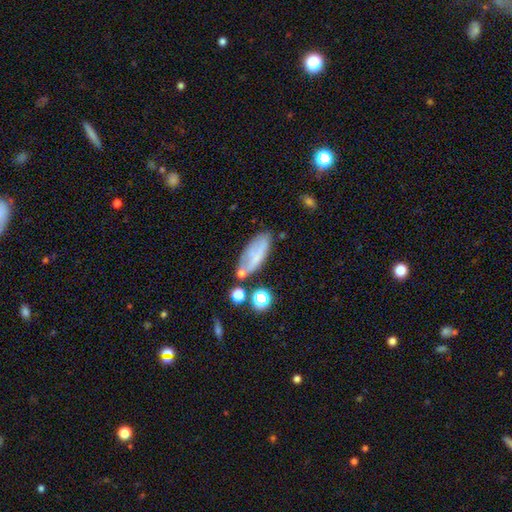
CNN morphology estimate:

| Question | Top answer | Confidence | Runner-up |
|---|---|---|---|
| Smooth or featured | smooth | 55% | featured or disk (33%) |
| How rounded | in between | 69% | cigar-shaped (28%) |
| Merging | none | 55% | minor disturbance (25%) |